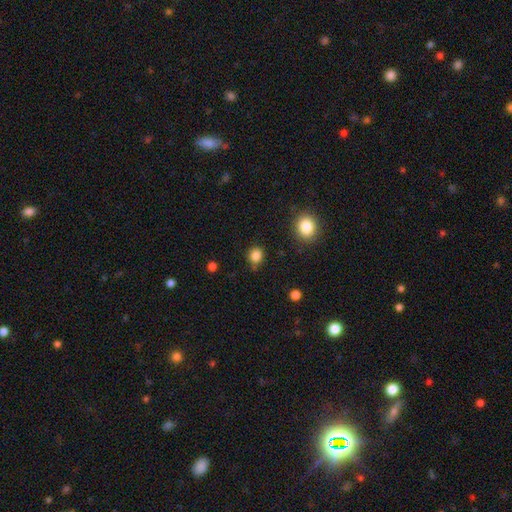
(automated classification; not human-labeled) The model was most divided on "how rounded": round: 77%, in between: 22%, cigar-shaped: 1%. More confident: smooth or featured — smooth (84%); merging — none (81%).